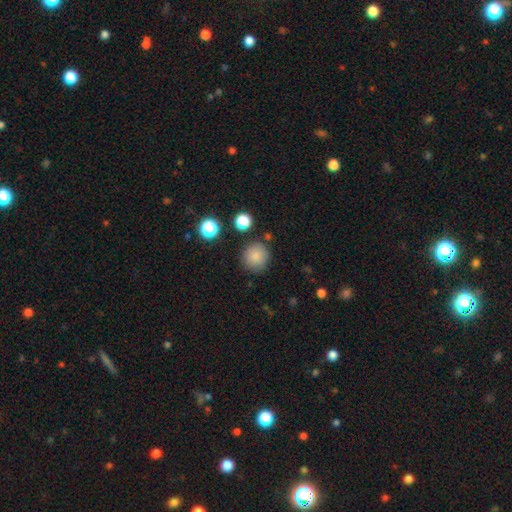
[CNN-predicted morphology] This appears to be a smooth galaxy with no disk features (84%) that is round (92%). Merging: none (85%).